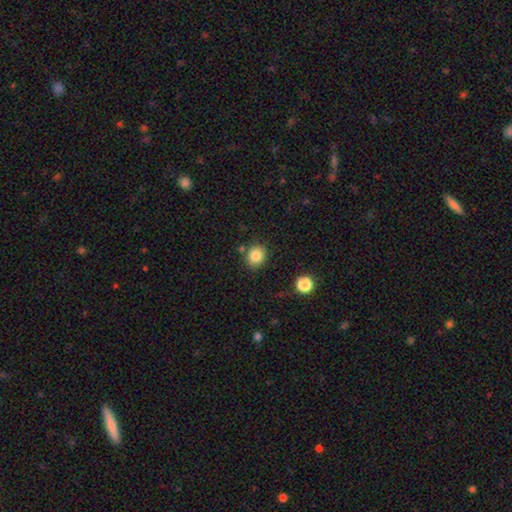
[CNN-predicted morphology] smooth-or-featured: smooth: 83% | star or artifact: 11% | featured or disk: 6%
  how-rounded: round: 72% | in between: 27% | cigar-shaped: 1%
  merging: none: 82% | minor disturbance: 10% | merger: 5% | major disturbance: 3%